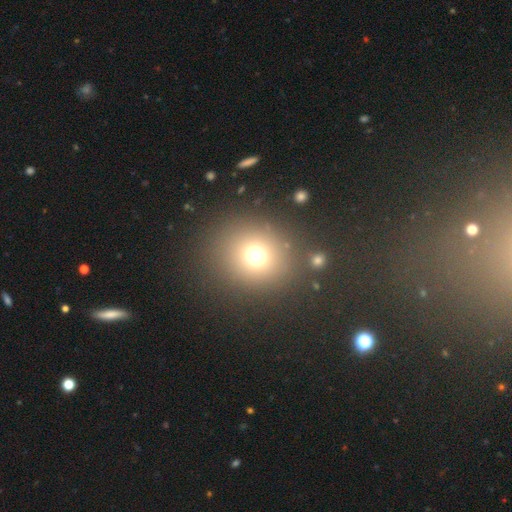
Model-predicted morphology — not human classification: A smooth galaxy with no disk features (70%) that is round (84%).

Vote fractions:
- Smooth or featured? smooth: 70% / star or artifact: 20% / featured or disk: 9%
- How rounded? round: 84% / in between: 15% / cigar-shaped: 1%
- Merging? none: 82% / minor disturbance: 8% / major disturbance: 5% / merger: 5%